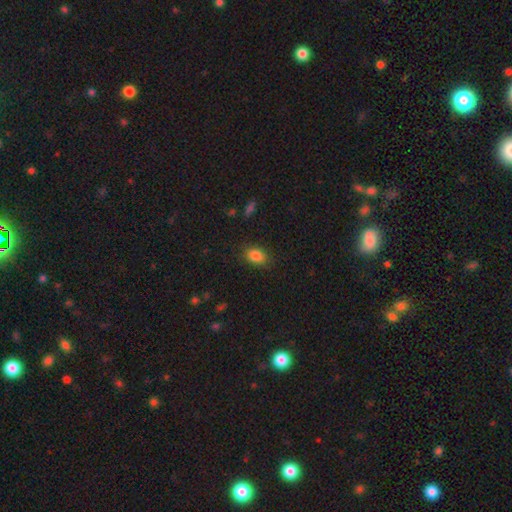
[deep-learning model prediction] Q: Smooth or featured?
A: smooth (85%); runner-up: star or artifact (10%)
Q: How rounded?
A: in between (78%); runner-up: round (21%)
Q: Merging?
A: none (83%); runner-up: minor disturbance (13%)